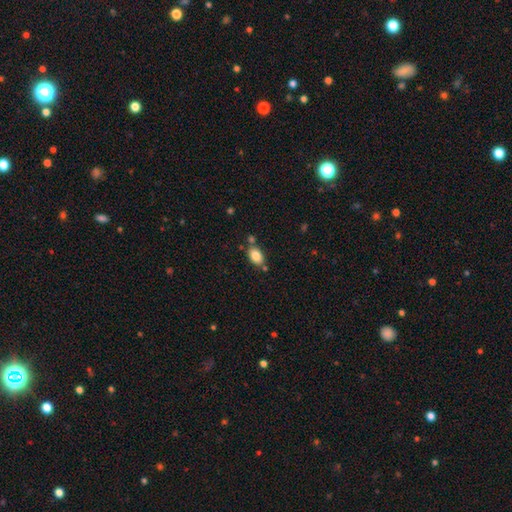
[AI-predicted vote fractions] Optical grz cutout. It shows a smooth galaxy with no disk features (83%) that is in between round and cigar-shaped (88%). Merging: none (70%).